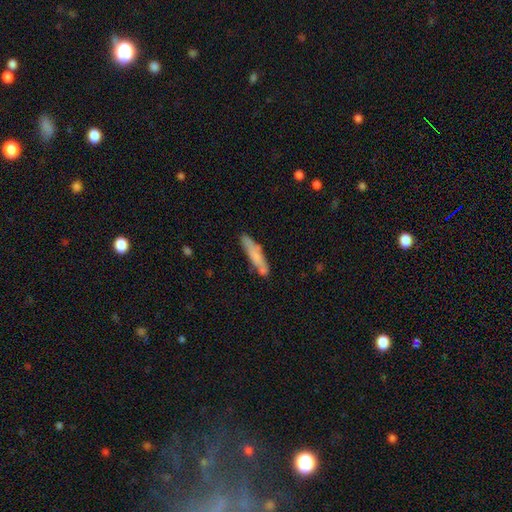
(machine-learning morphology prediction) smooth 69%, featured or disk 25%, star or artifact 6%. Down the decision tree: how rounded — cigar-shaped (86%); merging — none (70%).